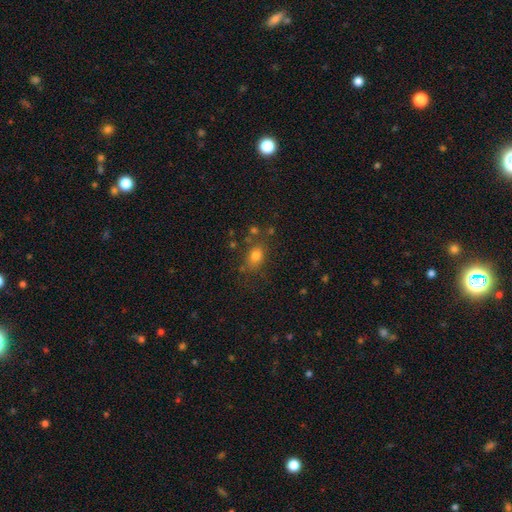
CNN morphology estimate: The model was most divided on "how rounded": in between: 59%, round: 39%, cigar-shaped: 2%. More confident: smooth or featured — smooth (73%); merging — none (72%).